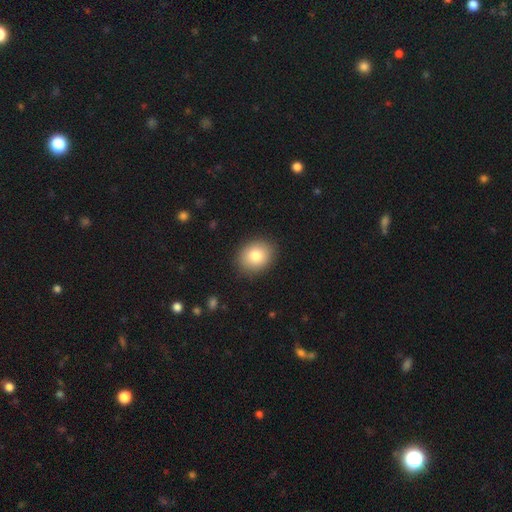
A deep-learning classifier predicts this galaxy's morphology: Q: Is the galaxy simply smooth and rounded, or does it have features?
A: smooth — 82%.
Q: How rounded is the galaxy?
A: round — 58%.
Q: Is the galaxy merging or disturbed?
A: none — 88%.